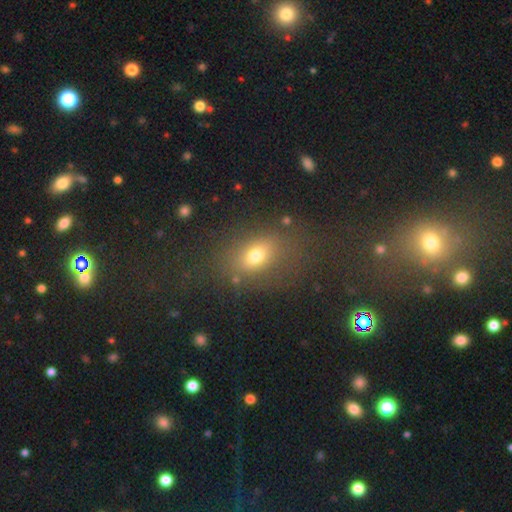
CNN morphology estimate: Smooth or featured: smooth — 70% (star or artifact — 17%)
How rounded: in between — 67% (round — 30%)
Merging: none — 70% (minor disturbance — 15%)